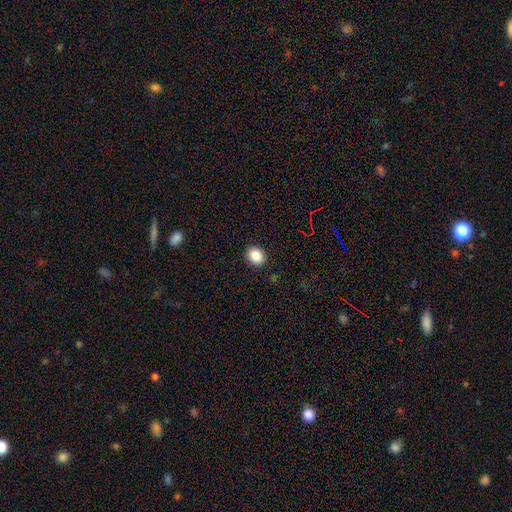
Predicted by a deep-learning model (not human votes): smooth_or_featured: smooth (p=0.87) [alt: star or artifact p=0.09]
how_rounded: round (p=0.58) [alt: in between p=0.42]
merging: none (p=0.90) [alt: minor disturbance p=0.06]